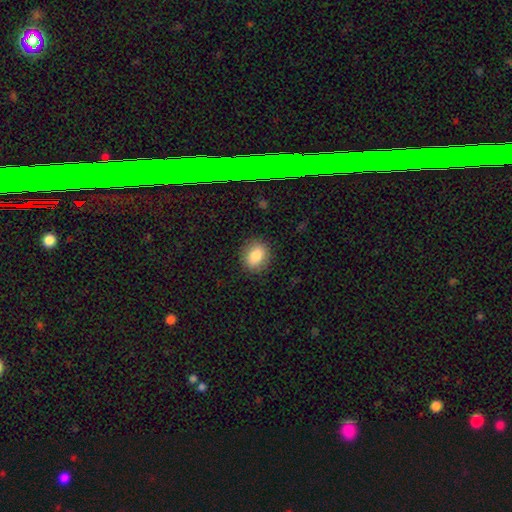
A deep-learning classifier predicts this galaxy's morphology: This is clearly a smooth galaxy (85%). How rounded: possibly round (51%). Merging: clearly none (86%).